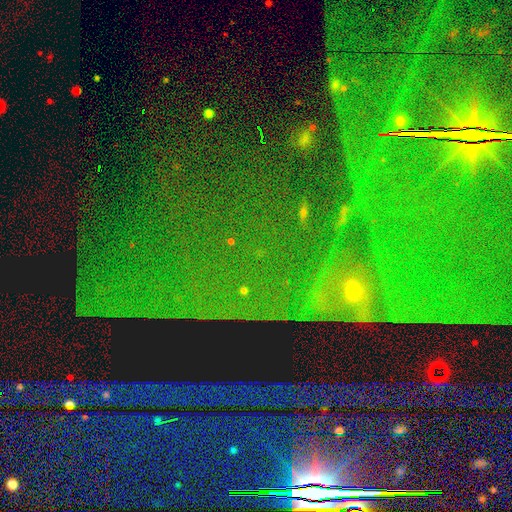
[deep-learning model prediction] Smooth or featured? star or artifact (82%)